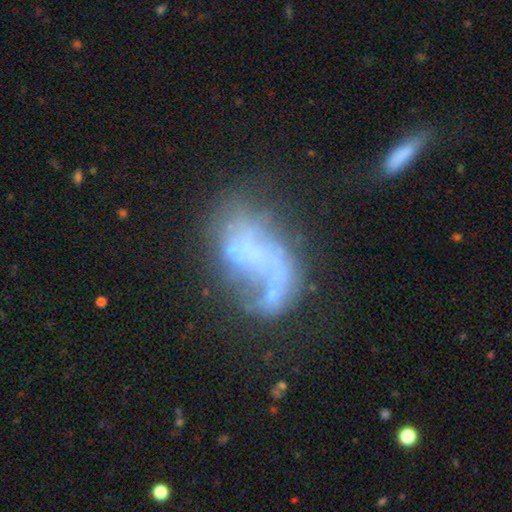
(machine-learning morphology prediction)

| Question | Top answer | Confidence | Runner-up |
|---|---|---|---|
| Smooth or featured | featured or disk | 63% | smooth (25%) |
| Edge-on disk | no | 97% | yes (3%) |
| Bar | no | 80% | weak (14%) |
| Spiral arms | no | 67% | yes (33%) |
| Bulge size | none | 76% | small (12%) |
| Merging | major disturbance | 32% | none (30%) |